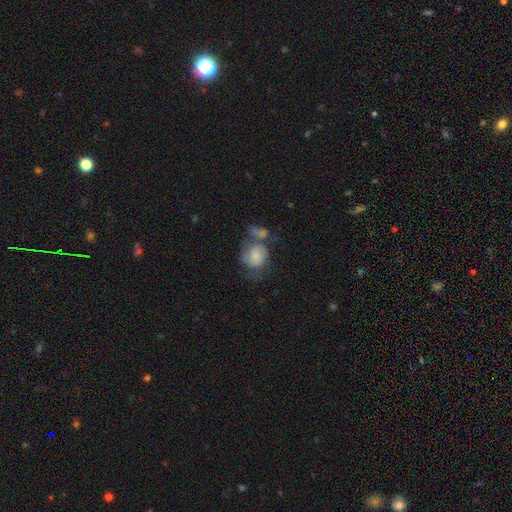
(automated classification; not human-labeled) This appears to be a smooth galaxy with no disk features (56%) that is round (63%). Merging: merger (36%).